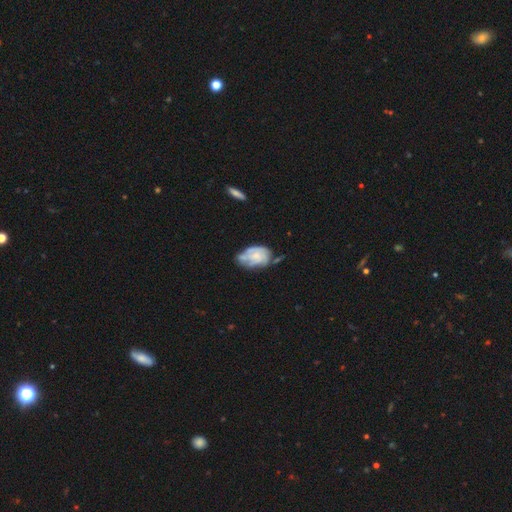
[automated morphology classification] Q: Smooth or featured?
A: featured or disk (63%); runner-up: smooth (30%)
Q: Edge-on disk?
A: no (97%); runner-up: yes (3%)
Q: Bar?
A: no (76%); runner-up: weak (21%)
Q: Spiral arms?
A: yes (72%); runner-up: no (28%)
Q: Bulge size?
A: small (51%); runner-up: moderate (29%)
Q: Merging?
A: none (43%); runner-up: minor disturbance (33%)